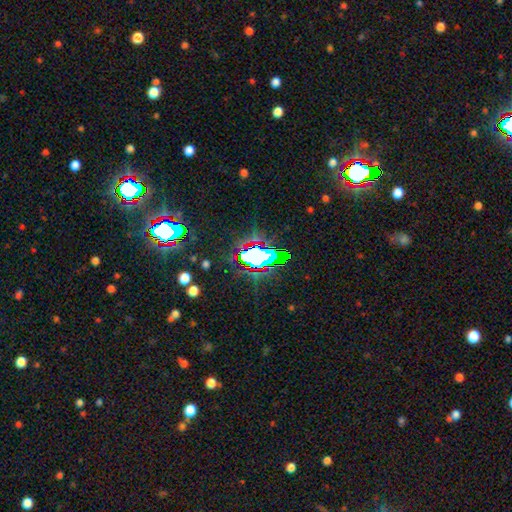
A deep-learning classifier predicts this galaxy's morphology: Overall: star or artifact (56%; smooth 29%).